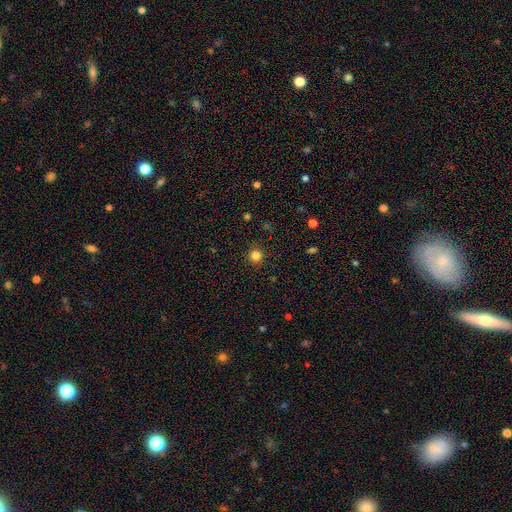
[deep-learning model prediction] smooth_or_featured: smooth (p=0.83) [alt: star or artifact p=0.13]
how_rounded: round (p=0.94) [alt: in between p=0.06]
merging: none (p=0.91) [alt: minor disturbance p=0.06]